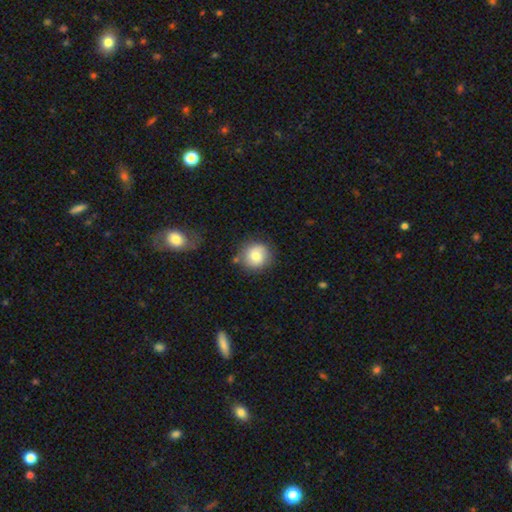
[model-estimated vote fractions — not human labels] The model was most divided on "merging": none: 76%, minor disturbance: 14%, merger: 5%, major disturbance: 4%. More confident: how rounded — round (89%); smooth or featured — smooth (78%).